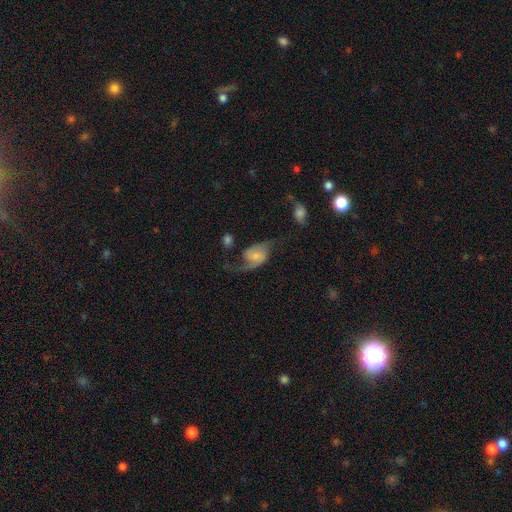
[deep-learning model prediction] Q: Smooth or featured?
A: featured or disk (76%); runner-up: smooth (17%)
Q: Edge-on disk?
A: no (97%); runner-up: yes (3%)
Q: Bar?
A: no (55%); runner-up: weak (36%)
Q: Spiral arms?
A: yes (93%); runner-up: no (7%)
Q: Spiral winding?
A: loose (65%); runner-up: medium (28%)
Q: Spiral arm count?
A: 2 (85%); runner-up: 1 (9%)
Q: Bulge size?
A: small (49%); runner-up: moderate (31%)
Q: Merging?
A: none (47%); runner-up: major disturbance (25%)